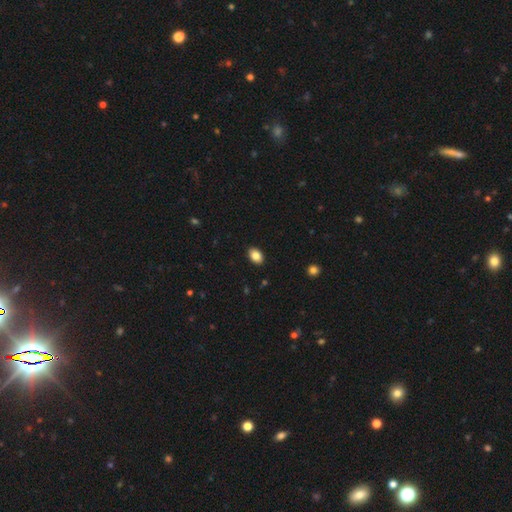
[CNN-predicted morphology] Overall: smooth (86%). How rounded: in between (82%). Merging: none (90%).